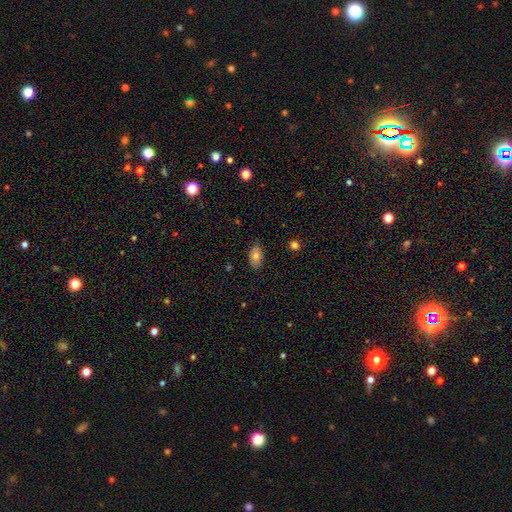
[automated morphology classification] smooth-or-featured: smooth: 74% | featured or disk: 17% | star or artifact: 8%
  how-rounded: in between: 90% | round: 7% | cigar-shaped: 2%
  merging: none: 78% | minor disturbance: 18% | major disturbance: 3% | merger: 1%